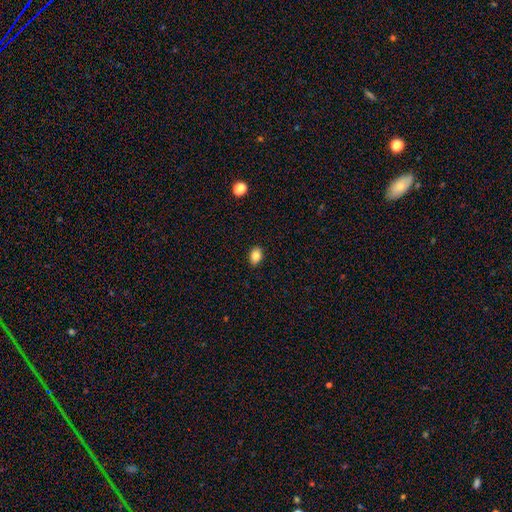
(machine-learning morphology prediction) Overall: smooth (85%). How rounded: in between (82%). Merging: none (88%).